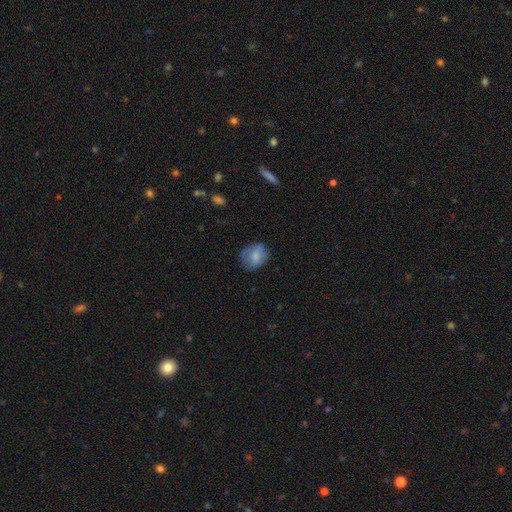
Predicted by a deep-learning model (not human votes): This is likely a smooth galaxy (69%). How rounded: possibly round (54%). Merging: likely none (64%).